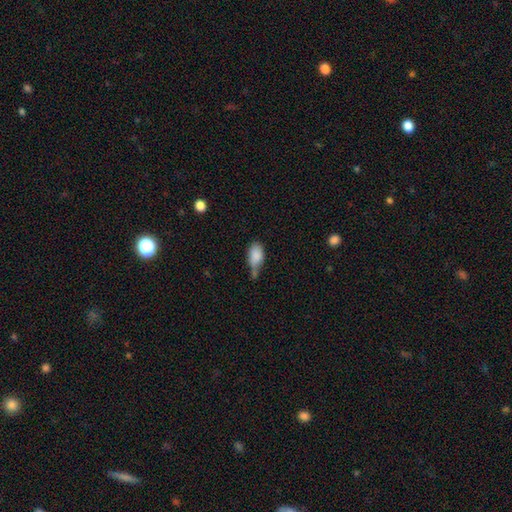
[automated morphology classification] Smooth or featured: smooth — 84% (featured or disk — 8%)
How rounded: in between — 89% (round — 7%)
Merging: minor disturbance — 35% (none — 31%)